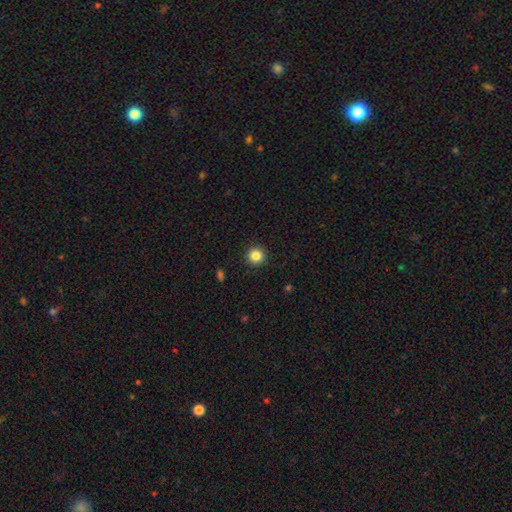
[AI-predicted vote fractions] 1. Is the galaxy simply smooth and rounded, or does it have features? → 84% smooth, 11% star or artifact, 5% featured or disk.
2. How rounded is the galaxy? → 95% round, 4% in between, 1% cigar-shaped.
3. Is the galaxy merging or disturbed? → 93% none, 5% minor disturbance, 2% major disturbance, 1% merger.